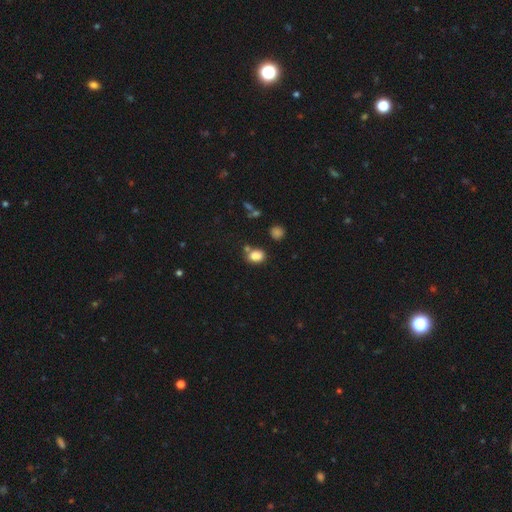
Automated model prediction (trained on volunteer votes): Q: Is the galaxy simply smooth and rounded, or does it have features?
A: smooth — 83%.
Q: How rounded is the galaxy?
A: in between — 69%.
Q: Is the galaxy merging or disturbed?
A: none — 62%.